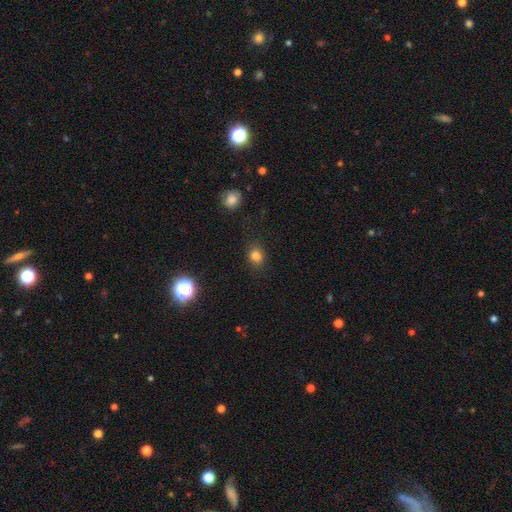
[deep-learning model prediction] smooth-or-featured: smooth: 80% | star or artifact: 15% | featured or disk: 5%
  how-rounded: round: 67% | in between: 32% | cigar-shaped: 1%
  merging: none: 83% | minor disturbance: 11% | major disturbance: 3% | merger: 2%